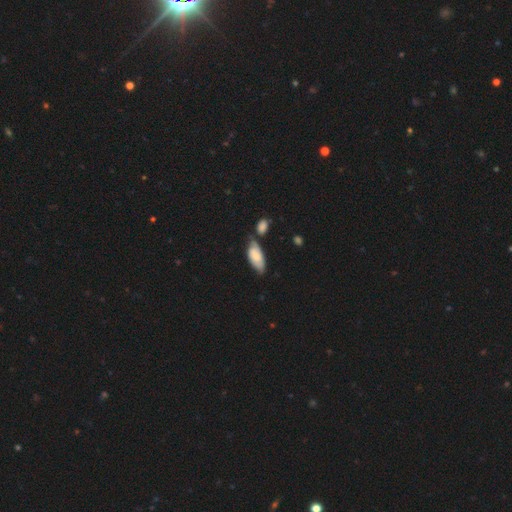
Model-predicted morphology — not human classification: smooth-or-featured: smooth: 63% | featured or disk: 30% | star or artifact: 6%
  how-rounded: in between: 87% | cigar-shaped: 10% | round: 2%
  merging: none: 44% | minor disturbance: 24% | merger: 23% | major disturbance: 8%